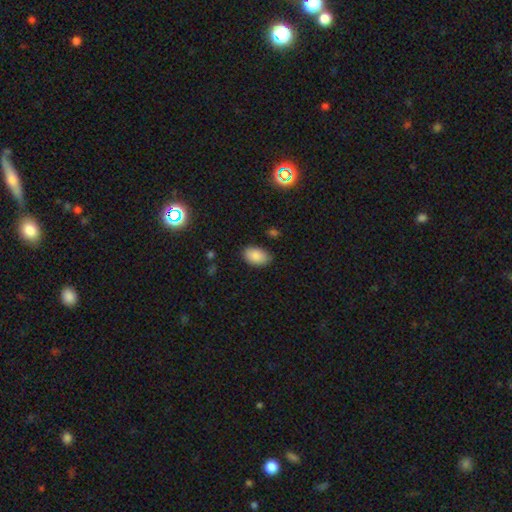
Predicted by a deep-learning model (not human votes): The model was most divided on "merging": none: 82%, minor disturbance: 14%, major disturbance: 3%, merger: 1%. More confident: how rounded — in between (91%); smooth or featured — smooth (88%).